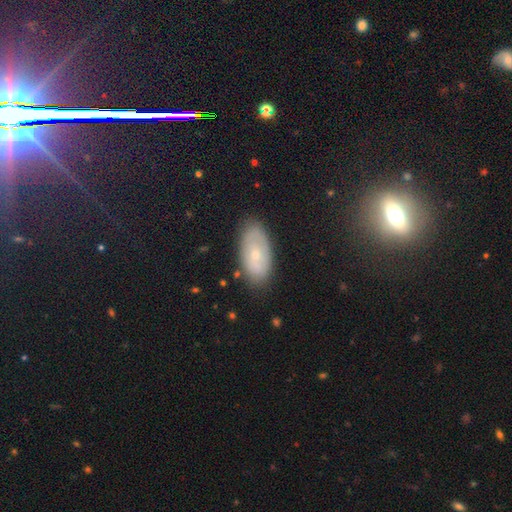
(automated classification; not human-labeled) Smooth or featured? Predicted: smooth (p=0.48). Merging? Predicted: none (p=0.82).